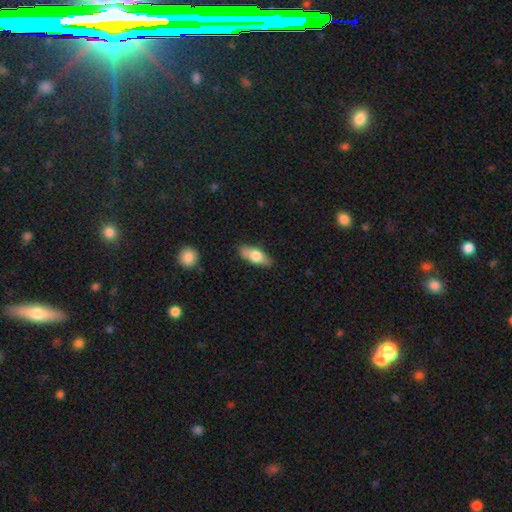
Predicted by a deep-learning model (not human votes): Morphology: type=smooth (69%); roundness=in between (77%); merging=none (82%).